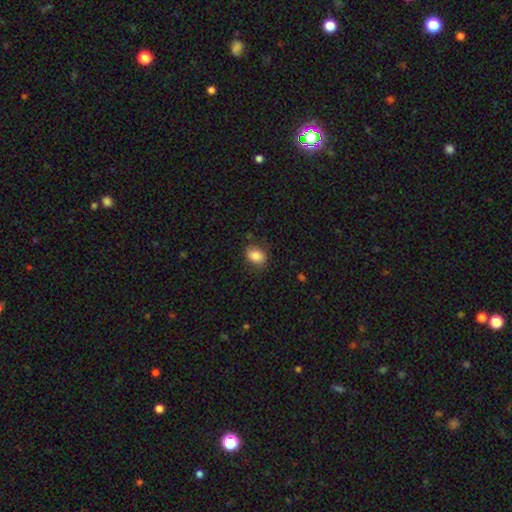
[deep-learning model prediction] Smooth or featured?
  - smooth: 84% *
  - star or artifact: 8%
  - featured or disk: 8%
How rounded?
  - in between: 70% *
  - round: 29%
  - cigar-shaped: 1%
Merging?
  - none: 77% *
  - minor disturbance: 17%
  - major disturbance: 5%
  - merger: 1%